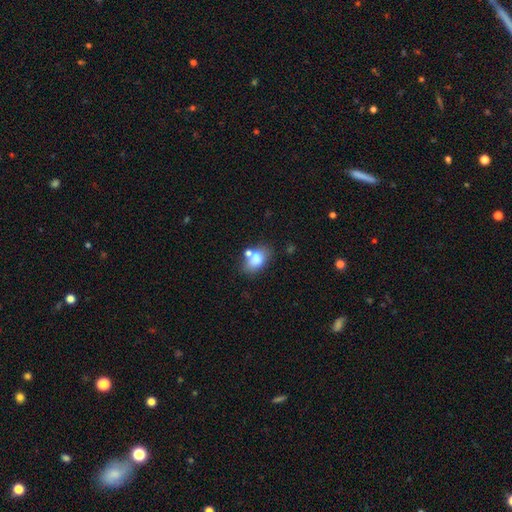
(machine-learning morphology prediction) This is likely a smooth galaxy (75%). How rounded: clearly in between (82%). Merging: possibly none (51%).